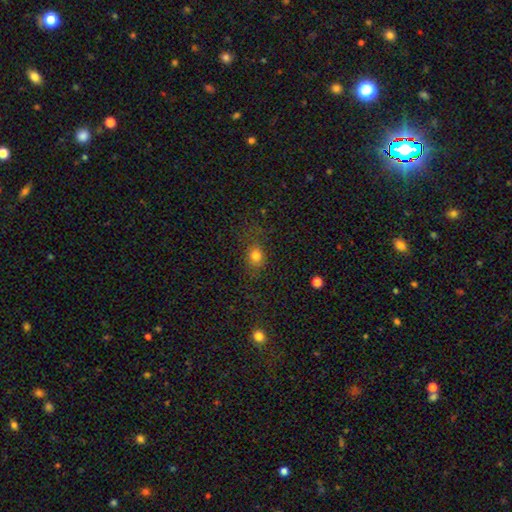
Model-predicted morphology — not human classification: This is likely a smooth galaxy (77%). How rounded: possibly round (52%). Merging: likely none (71%).